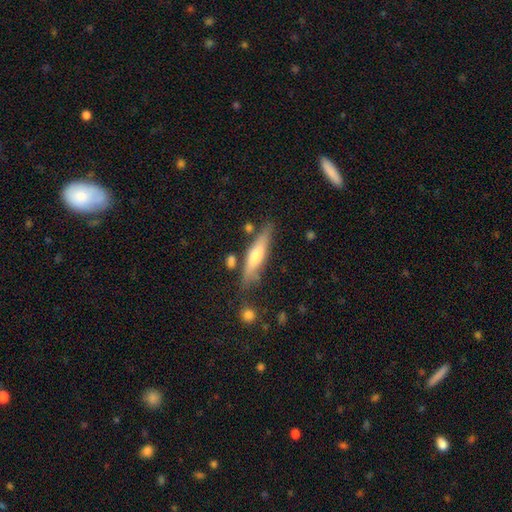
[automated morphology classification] type=featured or disk (48%); merging=none (77%).